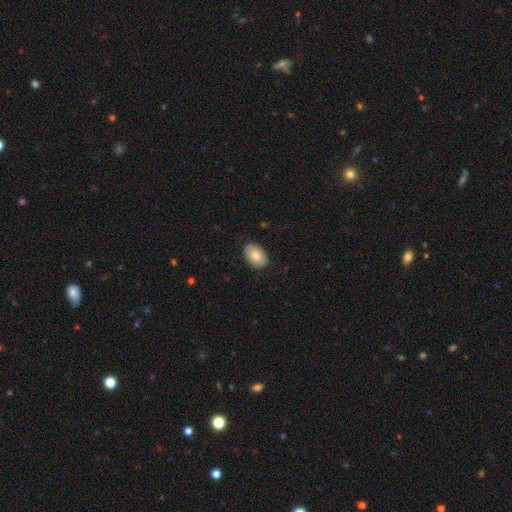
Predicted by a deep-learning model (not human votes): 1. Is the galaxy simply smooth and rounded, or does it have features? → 84% smooth, 10% featured or disk, 6% star or artifact.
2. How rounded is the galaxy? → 87% in between, 12% round, 1% cigar-shaped.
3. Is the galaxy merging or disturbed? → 87% none, 10% minor disturbance, 2% major disturbance, 1% merger.